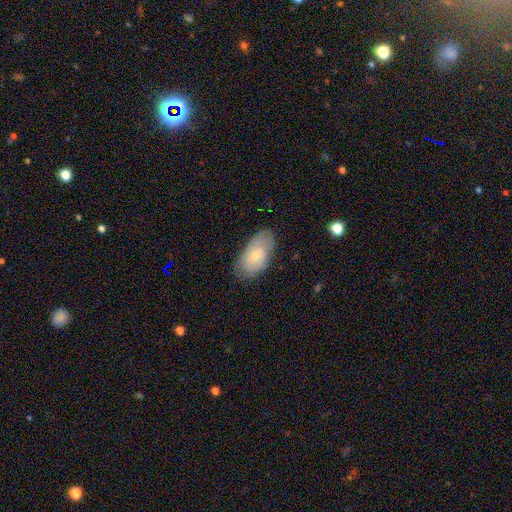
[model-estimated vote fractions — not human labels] Smooth or featured: smooth — 58% (featured or disk — 35%)
How rounded: in between — 93% (round — 4%)
Merging: none — 75% (minor disturbance — 19%)